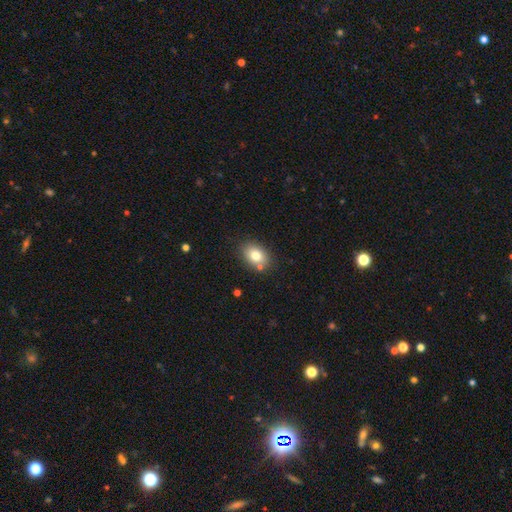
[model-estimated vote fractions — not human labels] Overall: smooth (79%). How rounded: in between (74%). Merging: none (78%).